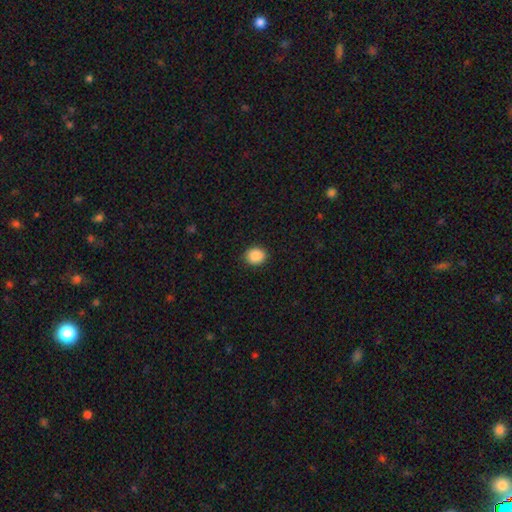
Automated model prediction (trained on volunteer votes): Smooth or featured? Predicted: smooth (p=0.89). How rounded? Predicted: round (p=0.74). Merging? Predicted: none (p=0.90).